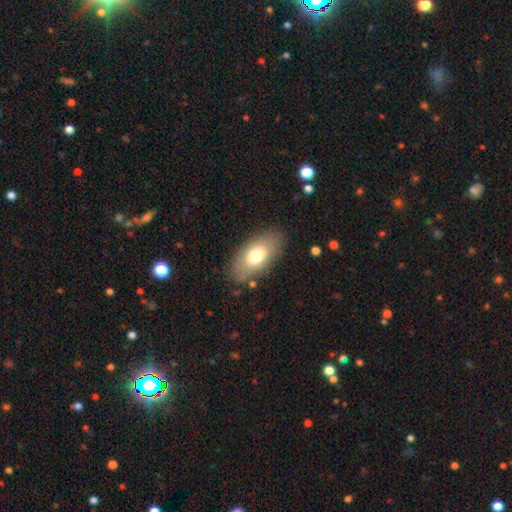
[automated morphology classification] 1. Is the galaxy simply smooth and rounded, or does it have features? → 71% smooth, 21% featured or disk, 8% star or artifact.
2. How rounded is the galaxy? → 91% in between, 5% round, 4% cigar-shaped.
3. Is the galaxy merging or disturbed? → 81% none, 12% minor disturbance, 4% major disturbance, 2% merger.